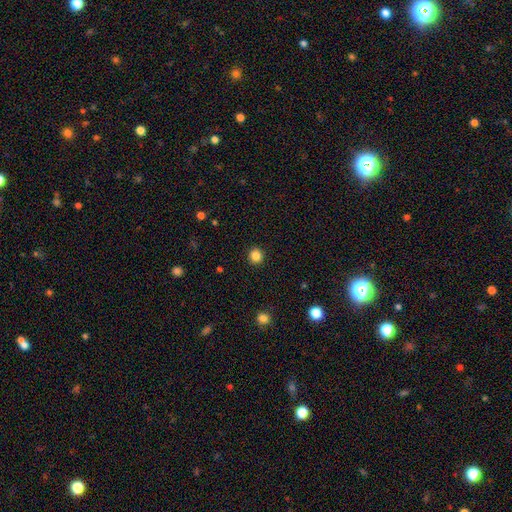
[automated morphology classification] Q: Smooth or featured?
A: smooth (85%); runner-up: star or artifact (11%)
Q: How rounded?
A: round (91%); runner-up: in between (8%)
Q: Merging?
A: none (92%); runner-up: minor disturbance (5%)